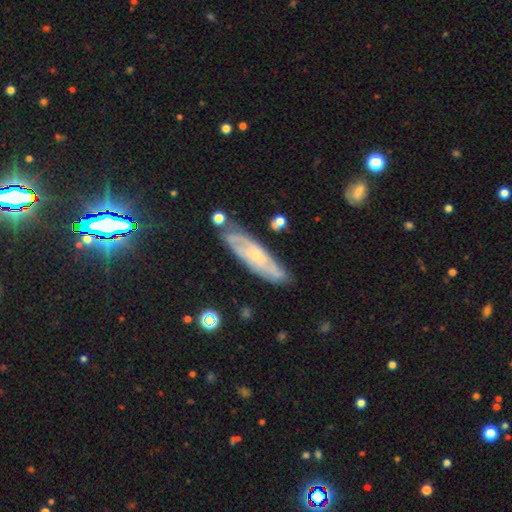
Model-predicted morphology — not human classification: Smooth or featured? featured or disk (66%)
Edge-on disk? no (70%)
Merging? none (74%)